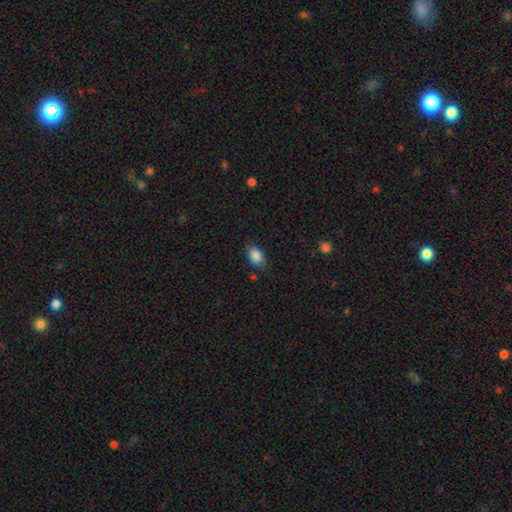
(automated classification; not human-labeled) smooth_or_featured: smooth (p=0.87) [alt: star or artifact p=0.08]
how_rounded: in between (p=0.87) [alt: round p=0.11]
merging: none (p=0.80) [alt: minor disturbance p=0.15]